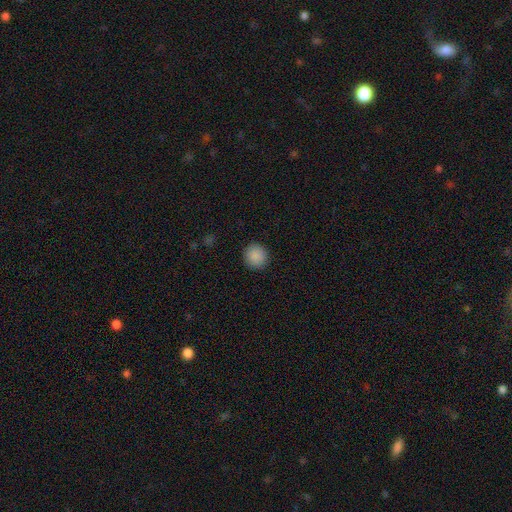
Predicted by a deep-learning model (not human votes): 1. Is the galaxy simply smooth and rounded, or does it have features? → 89% smooth, 8% star or artifact, 3% featured or disk.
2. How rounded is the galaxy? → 92% round, 7% in between, 1% cigar-shaped.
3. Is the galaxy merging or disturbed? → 92% none, 6% minor disturbance, 2% major disturbance, 1% merger.